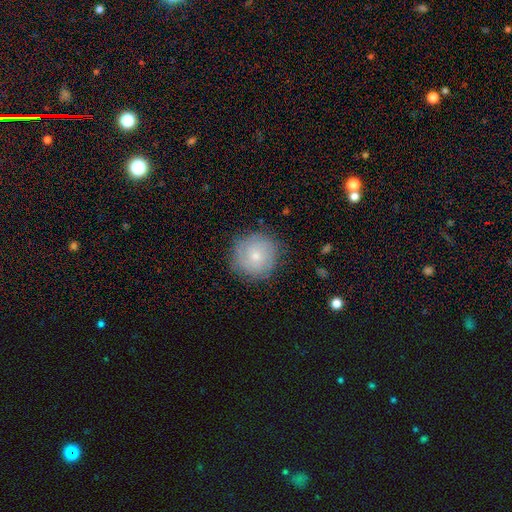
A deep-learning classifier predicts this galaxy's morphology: Smooth or featured?
  - smooth: 53% *
  - featured or disk: 39%
  - star or artifact: 8%
How rounded?
  - round: 94% *
  - in between: 5%
  - cigar-shaped: 1%
Merging?
  - none: 83% *
  - minor disturbance: 12%
  - major disturbance: 4%
  - merger: 1%